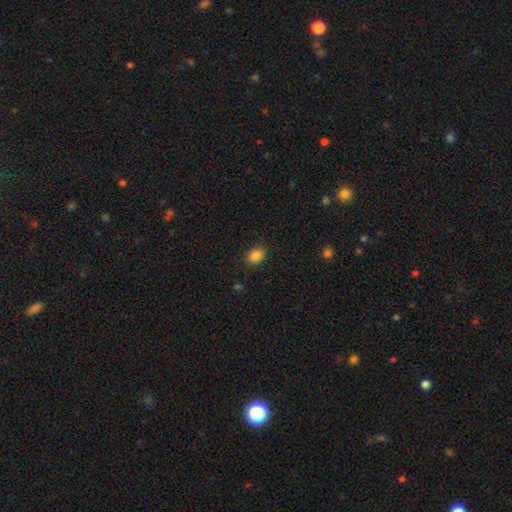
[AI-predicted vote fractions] Smooth or featured?
  - smooth: 85% *
  - star or artifact: 10%
  - featured or disk: 4%
How rounded?
  - in between: 54% *
  - round: 45%
  - cigar-shaped: 1%
Merging?
  - none: 86% *
  - minor disturbance: 10%
  - major disturbance: 3%
  - merger: 1%